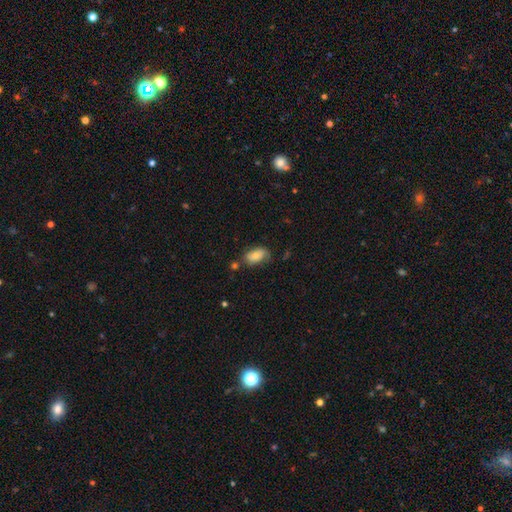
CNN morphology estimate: smooth_or_featured: smooth (p=0.70) [alt: featured or disk p=0.22]
how_rounded: in between (p=0.91) [alt: round p=0.07]
merging: none (p=0.53) [alt: minor disturbance p=0.30]